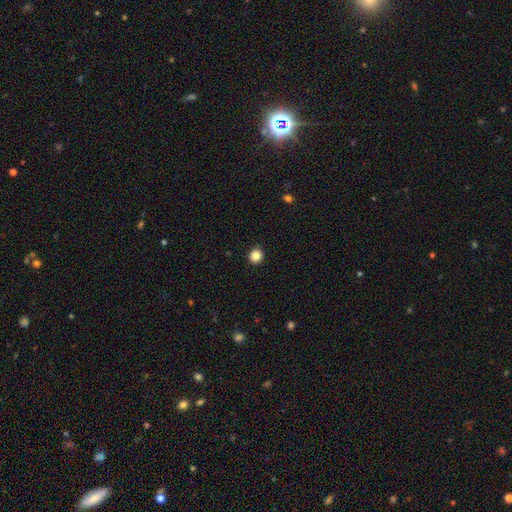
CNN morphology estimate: Q: Smooth or featured?
A: smooth (86%); runner-up: star or artifact (11%)
Q: How rounded?
A: round (92%); runner-up: in between (7%)
Q: Merging?
A: none (93%); runner-up: minor disturbance (5%)